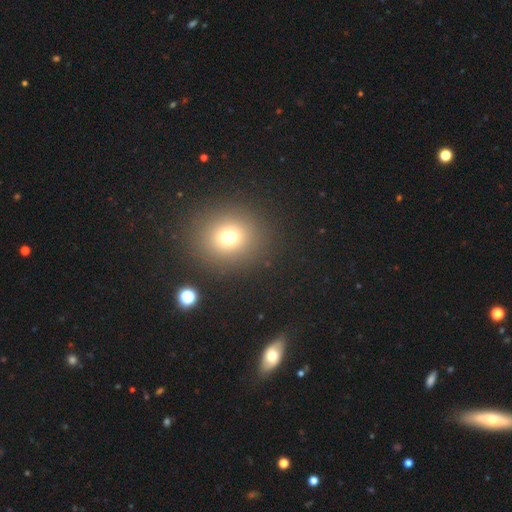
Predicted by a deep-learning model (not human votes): smooth_or_featured: smooth (p=0.63) [alt: star or artifact p=0.29]
how_rounded: round (p=0.79) [alt: in between p=0.19]
merging: none (p=0.90) [alt: minor disturbance p=0.05]